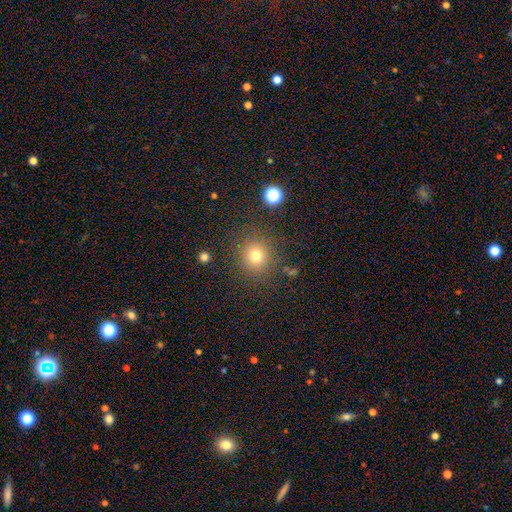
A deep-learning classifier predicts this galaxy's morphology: smooth_or_featured: smooth (p=0.76) [alt: star or artifact p=0.16]
how_rounded: round (p=0.91) [alt: in between p=0.08]
merging: none (p=0.87) [alt: minor disturbance p=0.08]